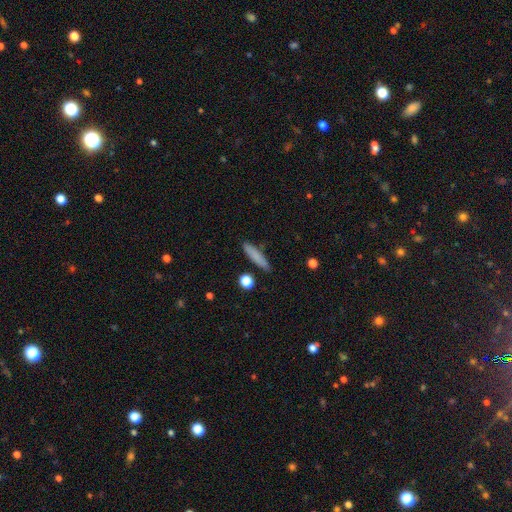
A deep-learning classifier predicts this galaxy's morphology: Smooth or featured? smooth (80%)
How rounded? cigar-shaped (84%)
Merging? none (84%)